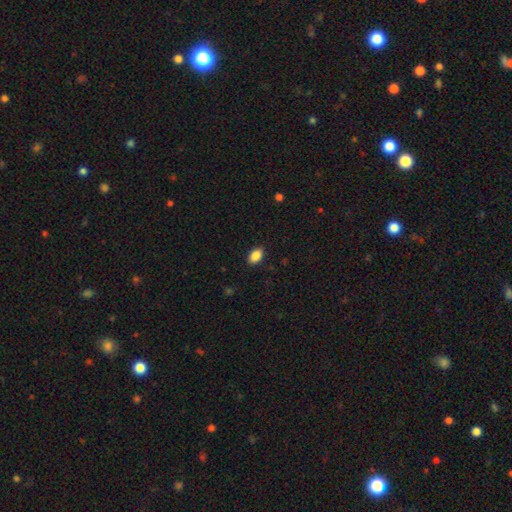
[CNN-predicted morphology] type=smooth (88%); roundness=in between (89%); merging=none (89%).